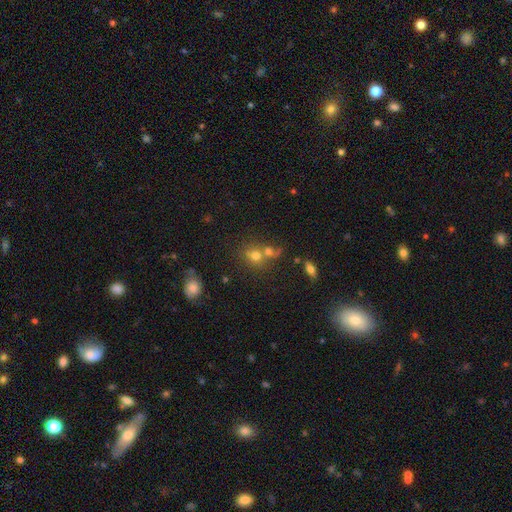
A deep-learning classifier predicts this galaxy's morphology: Smooth or featured? Predicted: smooth (p=0.68). How rounded? Predicted: round (p=0.75). Merging? Predicted: merger (p=0.45).